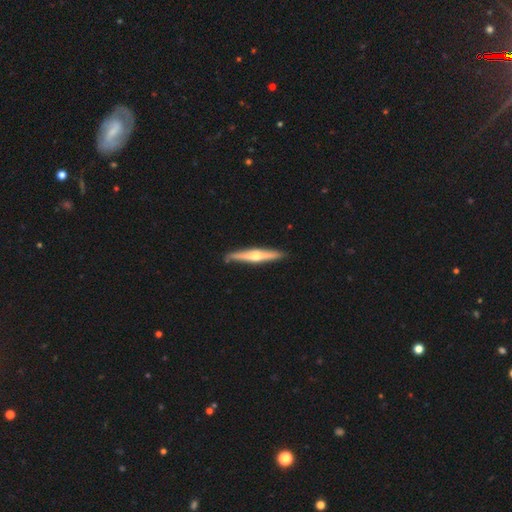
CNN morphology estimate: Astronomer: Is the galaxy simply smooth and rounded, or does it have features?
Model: featured or disk — 66%.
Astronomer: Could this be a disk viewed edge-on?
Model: yes — 96%.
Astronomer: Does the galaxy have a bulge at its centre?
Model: rounded — 91%.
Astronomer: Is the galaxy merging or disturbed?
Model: none — 87%.